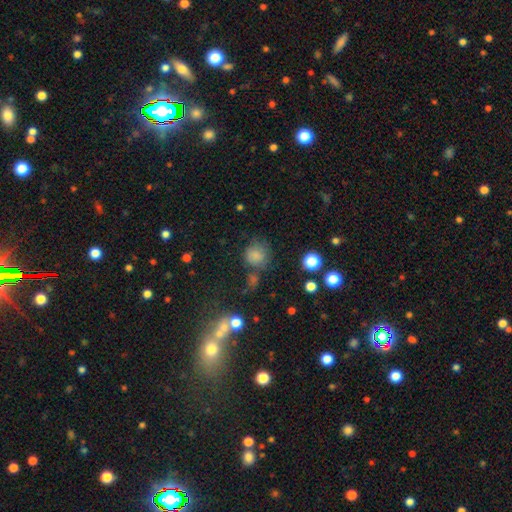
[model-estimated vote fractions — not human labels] A smooth galaxy with no disk features (76%) that is round (86%). Merging: none (65%).